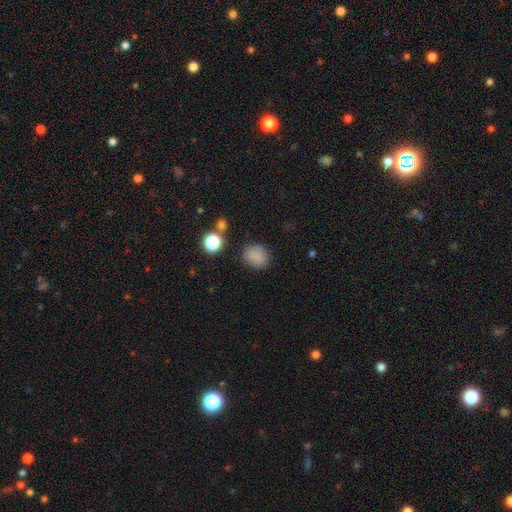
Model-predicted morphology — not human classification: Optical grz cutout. It shows a smooth galaxy with no disk features (80%) that is round (71%). Merging: none (82%).